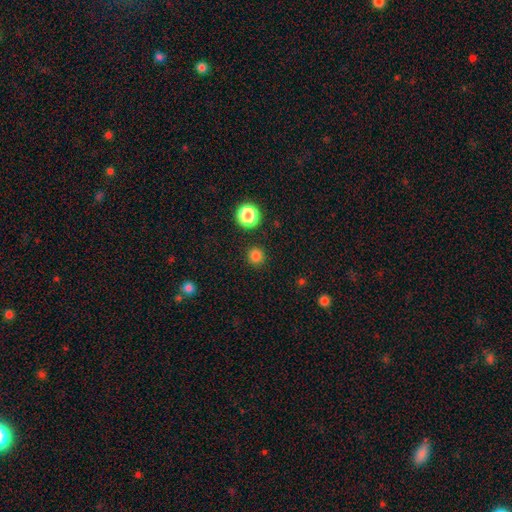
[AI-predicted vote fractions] Smooth or featured?
  - smooth: 82% *
  - star or artifact: 14%
  - featured or disk: 4%
How rounded?
  - round: 94% *
  - in between: 5%
  - cigar-shaped: 1%
Merging?
  - none: 90% *
  - minor disturbance: 5%
  - major disturbance: 2%
  - merger: 2%